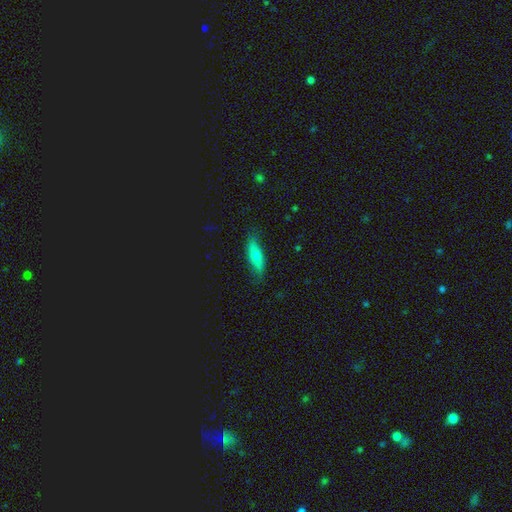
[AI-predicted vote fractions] Smooth or featured? Predicted: smooth (p=0.69). How rounded? Predicted: cigar-shaped (p=0.51). Merging? Predicted: none (p=0.77).